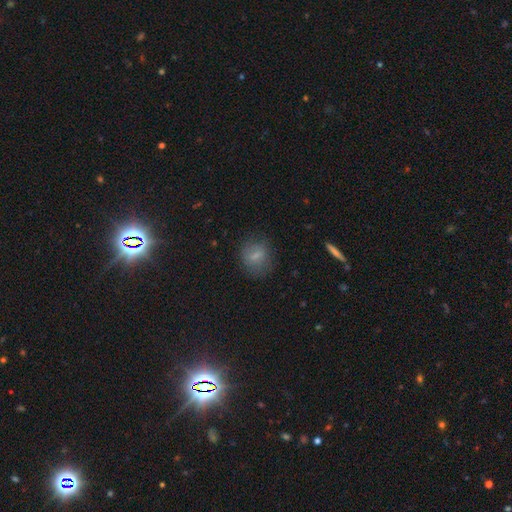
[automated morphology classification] Smooth or featured: smooth — 71% (featured or disk — 19%)
How rounded: round — 63% (in between — 34%)
Merging: none — 75% (minor disturbance — 17%)